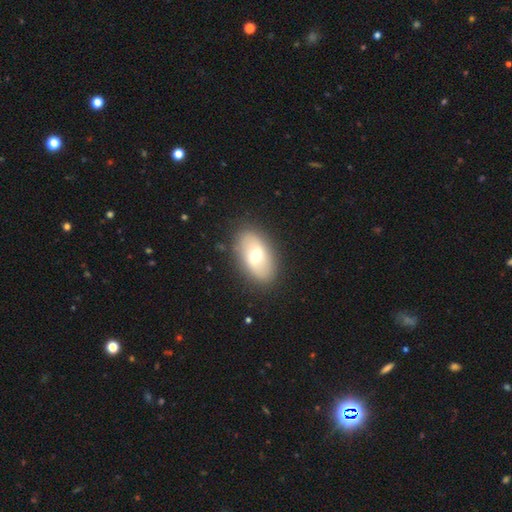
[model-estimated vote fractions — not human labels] This is possibly a smooth galaxy (48%). Merging: clearly none (86%).